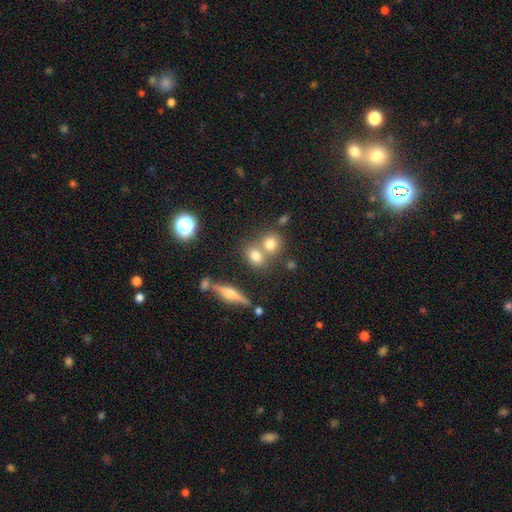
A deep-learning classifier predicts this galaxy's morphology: This is likely a smooth galaxy (72%). How rounded: likely round (62%). Merging: possibly none (48%).